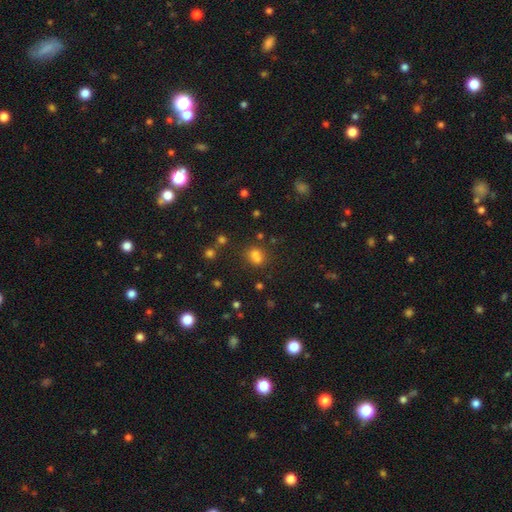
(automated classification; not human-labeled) This is likely a smooth galaxy (66%). How rounded: likely round (66%). Merging: possibly none (48%).